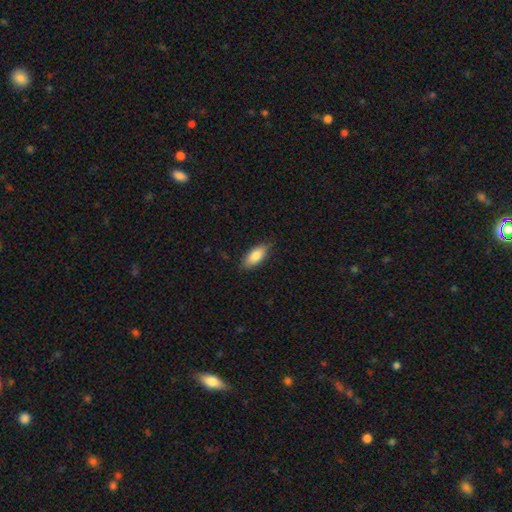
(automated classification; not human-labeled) The model was most divided on "how rounded": in between: 83%, cigar-shaped: 14%, round: 2%. More confident: merging — none (84%); smooth or featured — smooth (83%).